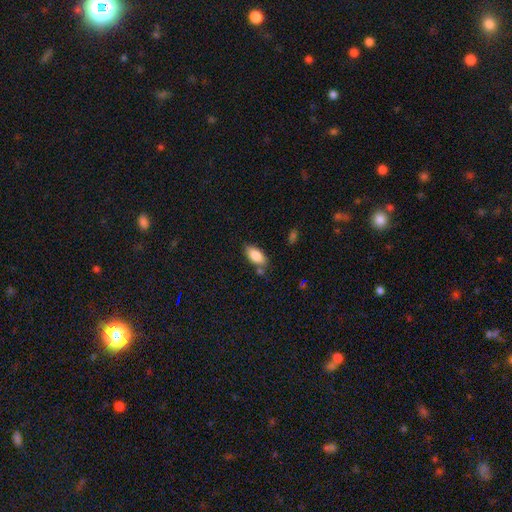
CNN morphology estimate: smooth 86%, featured or disk 7%, star or artifact 7%. Down the decision tree: how rounded — in between (92%); merging — none (73%).